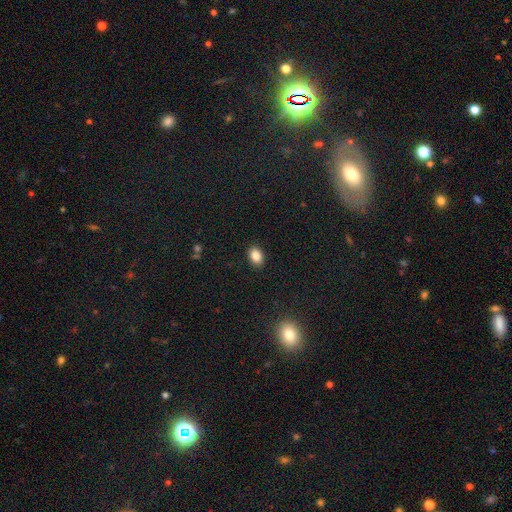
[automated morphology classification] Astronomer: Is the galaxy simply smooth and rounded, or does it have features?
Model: smooth — 86%.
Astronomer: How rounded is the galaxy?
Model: in between — 82%.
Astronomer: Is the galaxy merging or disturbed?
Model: none — 89%.